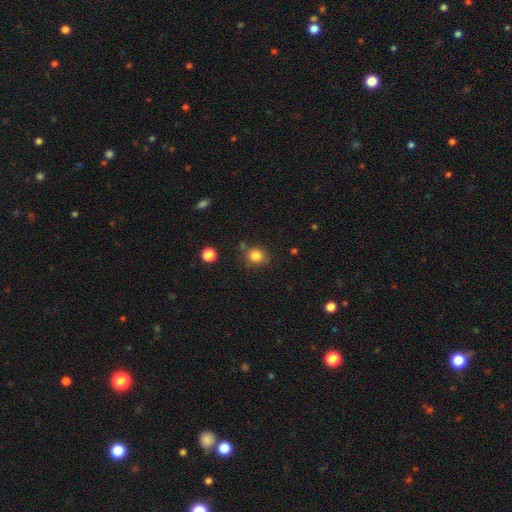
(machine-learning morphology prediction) Q: Smooth or featured?
A: smooth (83%); runner-up: star or artifact (12%)
Q: How rounded?
A: round (79%); runner-up: in between (21%)
Q: Merging?
A: none (74%); runner-up: minor disturbance (14%)